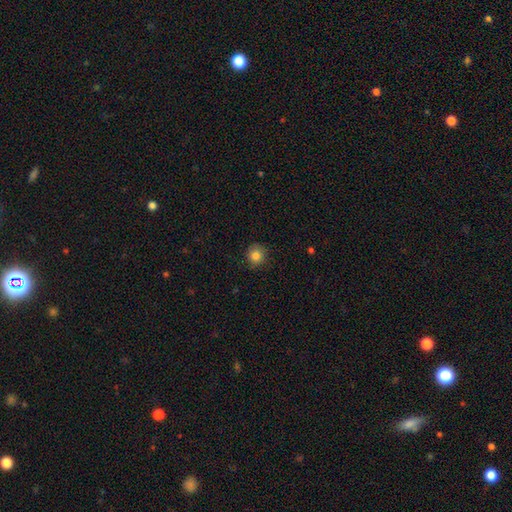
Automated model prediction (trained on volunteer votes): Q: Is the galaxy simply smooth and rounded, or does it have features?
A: smooth — 83%.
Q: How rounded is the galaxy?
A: round — 92%.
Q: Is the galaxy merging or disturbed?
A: none — 86%.